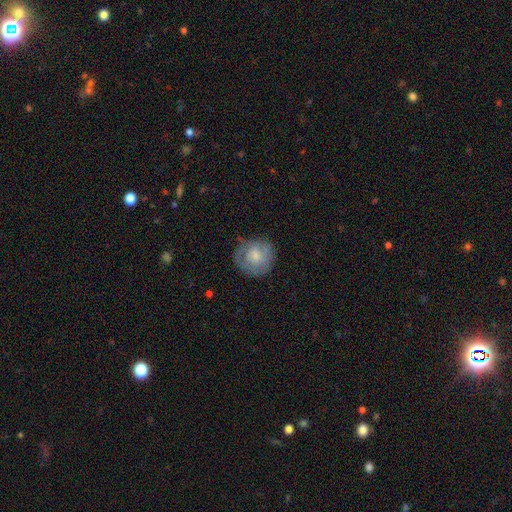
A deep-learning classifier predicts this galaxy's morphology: smooth_or_featured: smooth (p=0.59) [alt: featured or disk p=0.34]
how_rounded: round (p=0.86) [alt: in between p=0.13]
merging: none (p=0.66) [alt: minor disturbance p=0.22]